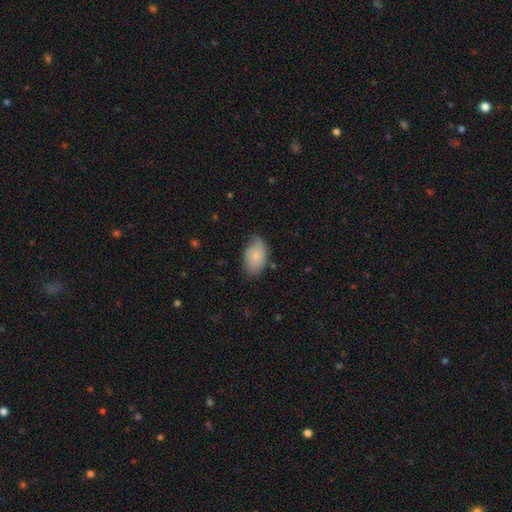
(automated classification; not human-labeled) This appears to be a smooth galaxy with no disk features (77%) that is in between round and cigar-shaped (92%). Merging: none (64%).